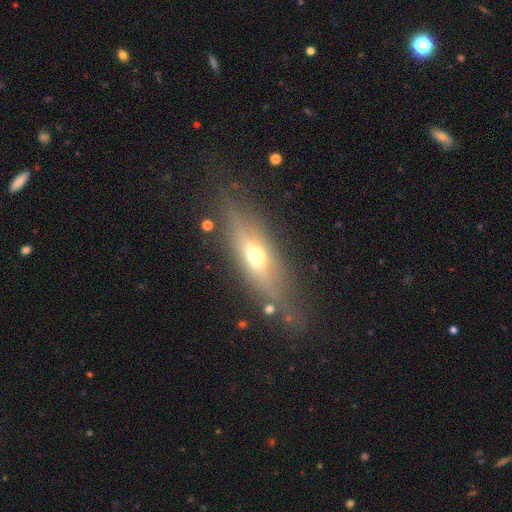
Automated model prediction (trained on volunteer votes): A featured or disk galaxy (51%) viewed edge-on (77%).

Vote fractions:
- Smooth or featured? featured or disk: 51% / smooth: 40% / star or artifact: 9%
- Edge-on disk? yes: 77% / no: 23%
- Merging? none: 71% / minor disturbance: 17% / major disturbance: 9% / merger: 3%